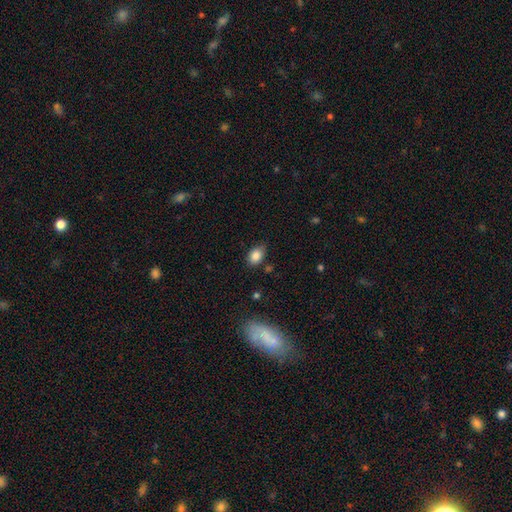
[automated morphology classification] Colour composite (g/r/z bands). It shows a smooth galaxy with no disk features (84%) that is in between round and cigar-shaped (76%). Merging: none (73%).